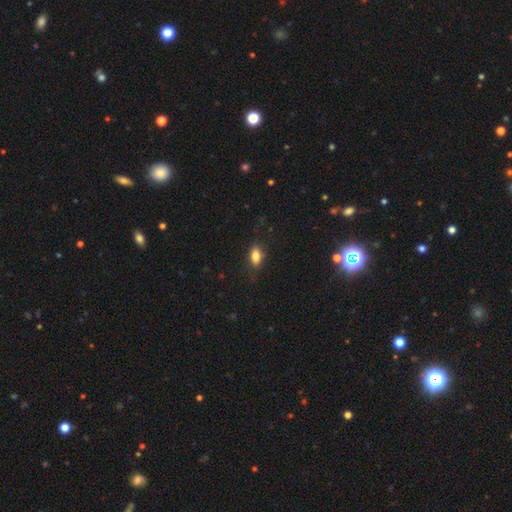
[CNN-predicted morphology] smooth_or_featured: smooth (p=0.82) [alt: star or artifact p=0.09]
how_rounded: in between (p=0.85) [alt: round p=0.08]
merging: none (p=0.82) [alt: minor disturbance p=0.13]